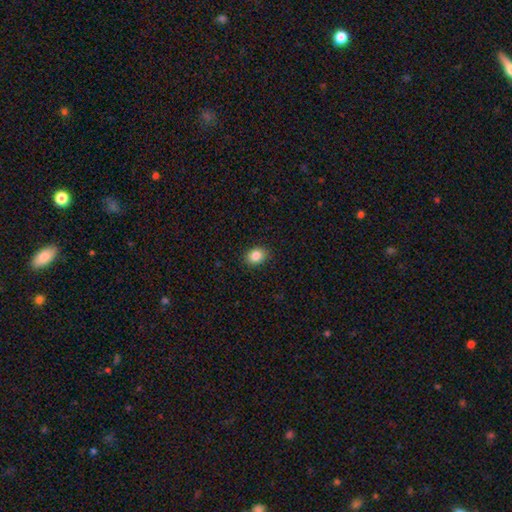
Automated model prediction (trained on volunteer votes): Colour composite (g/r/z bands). It shows a smooth galaxy with no disk features (86%) that is in between round and cigar-shaped (54%). Merging: none (90%).